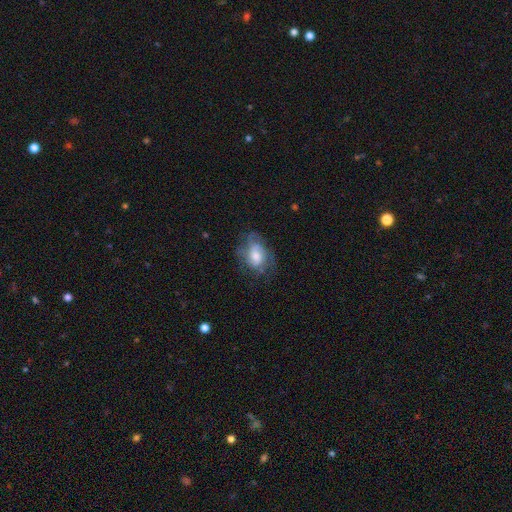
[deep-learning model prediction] A featured or disk galaxy (55%) with no bar (66%), spiral arms (73%) and a moderate central bulge (50%).

Vote fractions:
- Smooth or featured? featured or disk: 55% / smooth: 35% / star or artifact: 10%
- Edge-on disk? no: 96% / yes: 4%
- Bar? no: 66% / weak: 29% / strong: 5%
- Spiral arms? yes: 73% / no: 27%
- Bulge size? moderate: 50% / small: 22% / large: 21% / none: 5% / dominant: 2%
- Merging? none: 57% / minor disturbance: 24% / major disturbance: 18% / merger: 1%